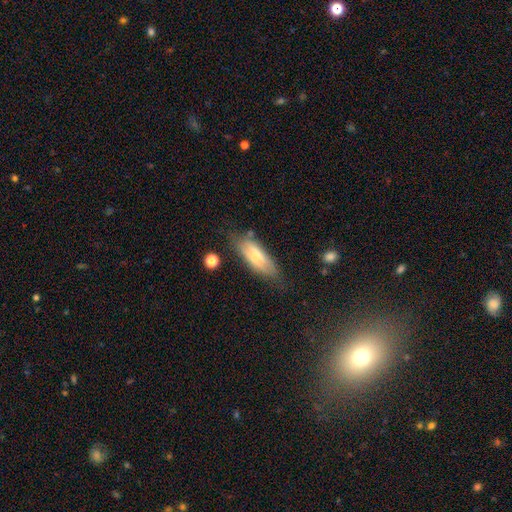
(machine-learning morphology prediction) Overall: smooth (61%; featured or disk 31%). How rounded: in between (61%; cigar-shaped 37%). Merging: none (64%; minor disturbance 25%).